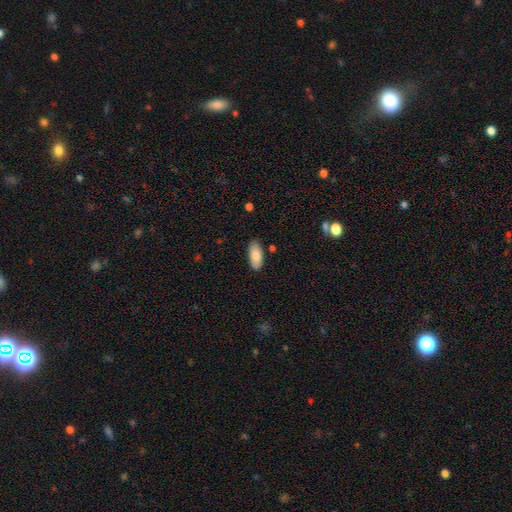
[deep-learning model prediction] A smooth galaxy with no disk features (85%) that is in between round and cigar-shaped (89%).

Vote fractions:
- Smooth or featured? smooth: 85% / featured or disk: 9% / star or artifact: 6%
- How rounded? in between: 89% / cigar-shaped: 9% / round: 2%
- Merging? none: 85% / minor disturbance: 11% / major disturbance: 2% / merger: 2%